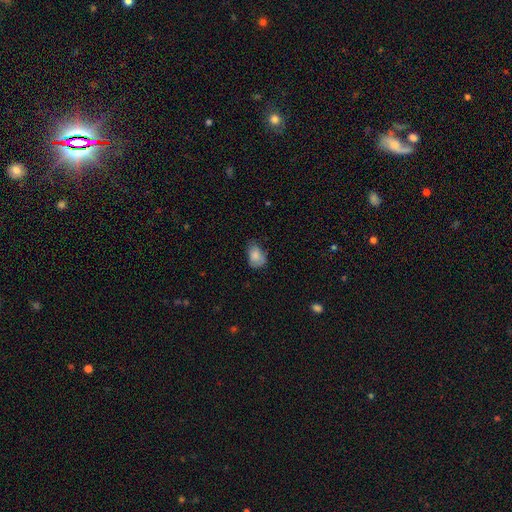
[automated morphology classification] This appears to be a smooth galaxy with no disk features (81%) that is in between round and cigar-shaped (78%). Merging: none (46%).